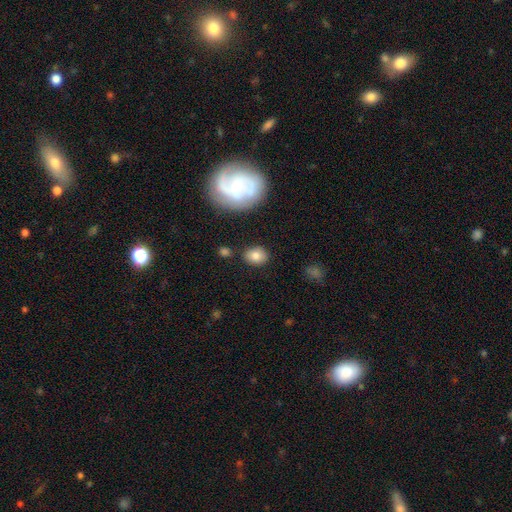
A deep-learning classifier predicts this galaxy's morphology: smooth-or-featured: smooth: 81% | featured or disk: 10% | star or artifact: 9%
  how-rounded: in between: 59% | round: 40% | cigar-shaped: 1%
  merging: none: 81% | minor disturbance: 12% | merger: 4% | major disturbance: 3%